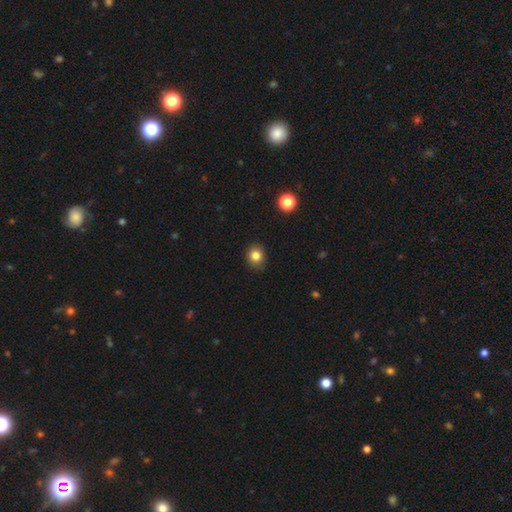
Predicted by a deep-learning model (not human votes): smooth 83%, star or artifact 12%, featured or disk 6%. Down the decision tree: how rounded — round (74%); merging — none (86%).